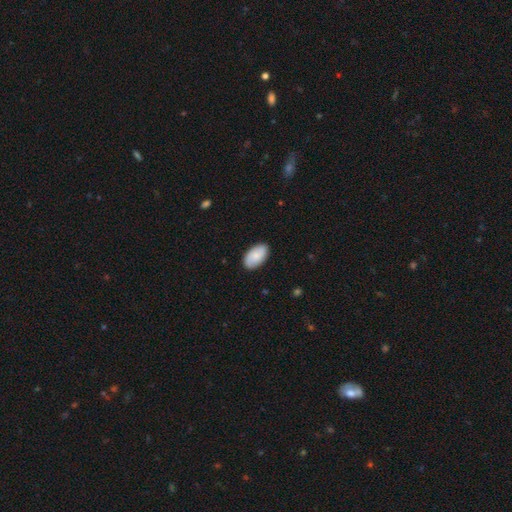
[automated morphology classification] This appears to be a smooth galaxy with no disk features (78%) that is in between round and cigar-shaped (95%). Merging: none (87%).